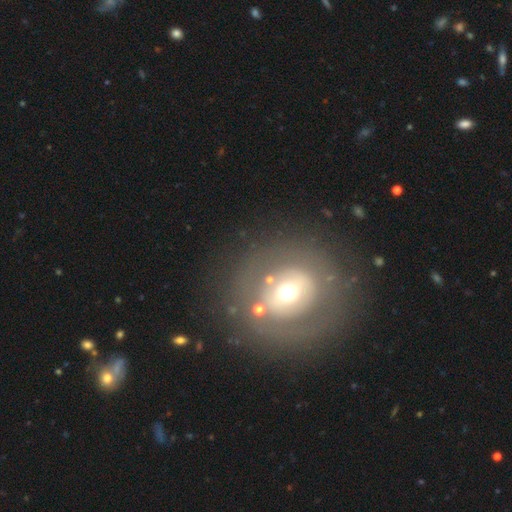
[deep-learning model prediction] This is possibly a featured or disk galaxy (53%). It is clearly not viewed edge-on (94%). Merging: likely none (76%).